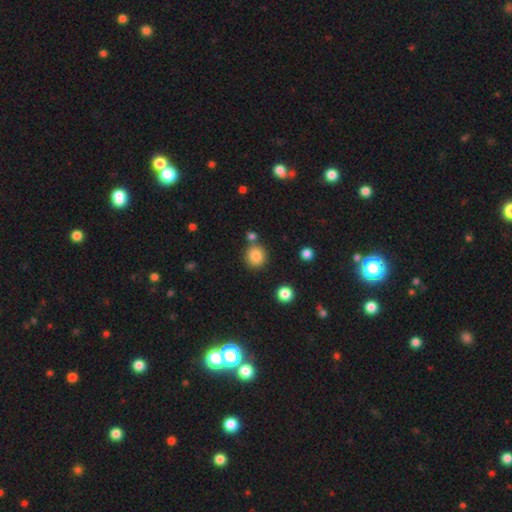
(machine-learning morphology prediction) This appears to be a smooth galaxy with no disk features (83%) that is round (89%). Merging: none (77%).